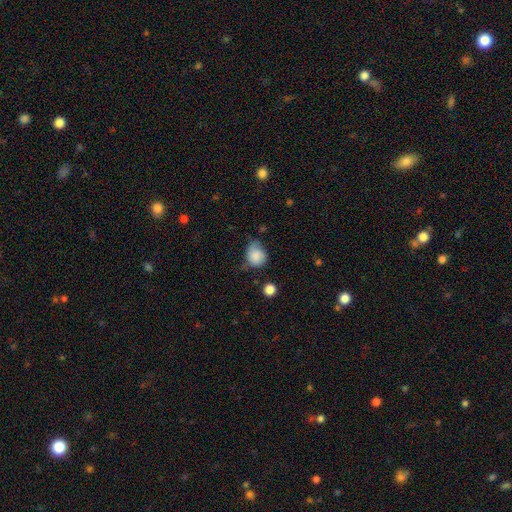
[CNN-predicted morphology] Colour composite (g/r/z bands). It shows a smooth galaxy with no disk features (79%) that is round (58%). Merging: minor disturbance (42%).